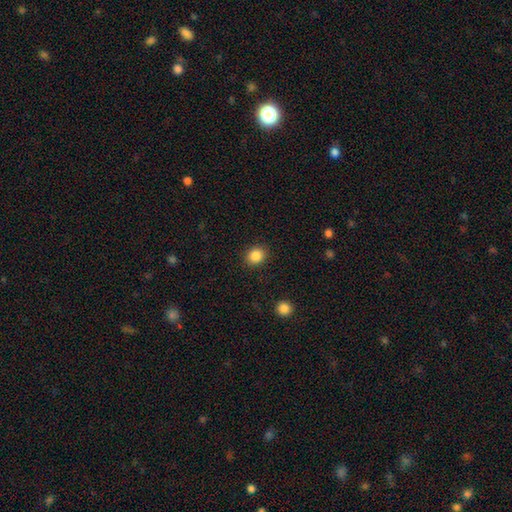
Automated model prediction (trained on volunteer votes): A smooth galaxy with no disk features (86%) that is round (69%).

Vote fractions:
- Smooth or featured? smooth: 86% / star or artifact: 10% / featured or disk: 4%
- How rounded? round: 69% / in between: 31% / cigar-shaped: 1%
- Merging? none: 89% / minor disturbance: 7% / major disturbance: 2% / merger: 1%